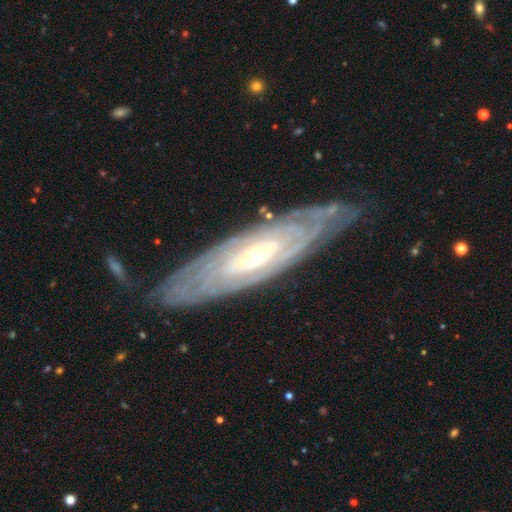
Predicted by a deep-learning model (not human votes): smooth-or-featured: featured or disk: 87% | smooth: 8% | star or artifact: 5%
  disk-edge-on: no: 81% | yes: 19%
    bar: no: 53% | weak: 30% | strong: 16%
    has-spiral-arms: yes: 90% | no: 10%
      spiral-winding: tight: 84% | medium: 13% | loose: 3%
      spiral-arm-count: can't tell: 59% | 2: 11% | 4: 9% | more than 4: 8% | 3: 8% | 1: 4%
    bulge-size: small: 60% | moderate: 36% | large: 2% | none: 1% | dominant: 1%
  merging: none: 78% | minor disturbance: 15% | major disturbance: 5% | merger: 2%